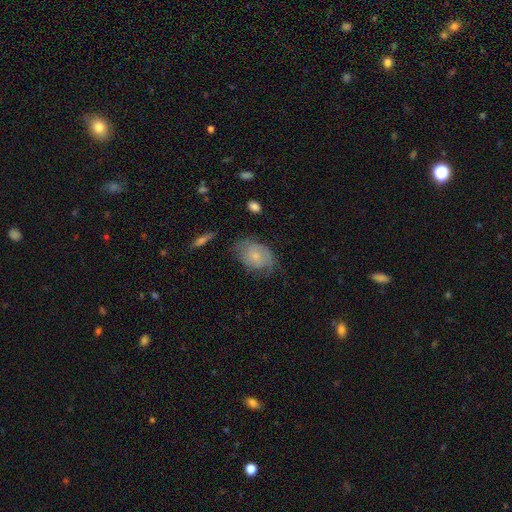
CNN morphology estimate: Smooth or featured?
  - smooth: 57% *
  - featured or disk: 36%
  - star or artifact: 8%
How rounded?
  - in between: 77% *
  - round: 22%
  - cigar-shaped: 1%
Merging?
  - none: 51% *
  - minor disturbance: 33%
  - major disturbance: 15%
  - merger: 2%